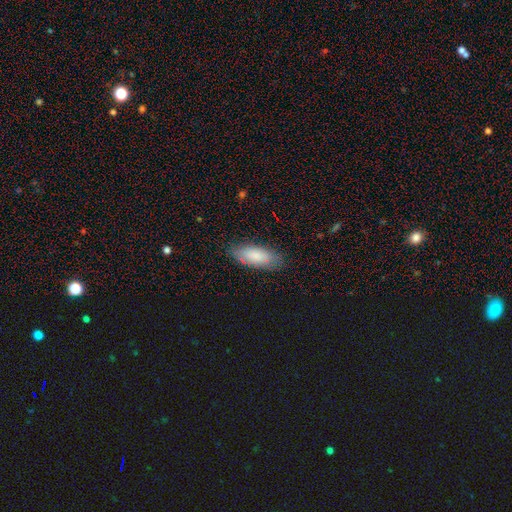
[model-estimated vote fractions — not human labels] The model was most divided on "how rounded": in between: 82%, cigar-shaped: 17%, round: 2%. More confident: merging — none (83%); smooth or featured — smooth (83%).